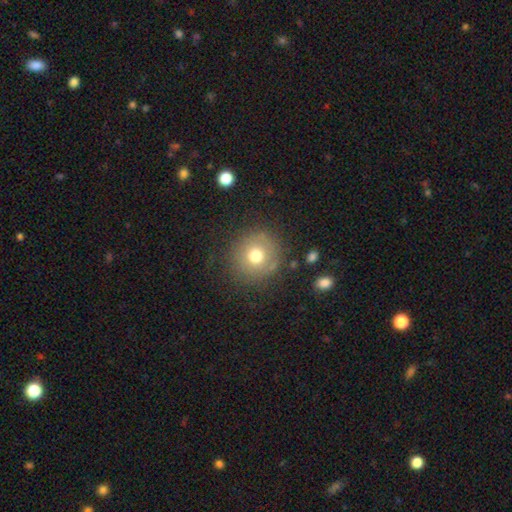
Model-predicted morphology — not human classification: smooth_or_featured: smooth (p=0.70) [alt: featured or disk p=0.17]
how_rounded: round (p=0.93) [alt: in between p=0.06]
merging: none (p=0.80) [alt: minor disturbance p=0.12]